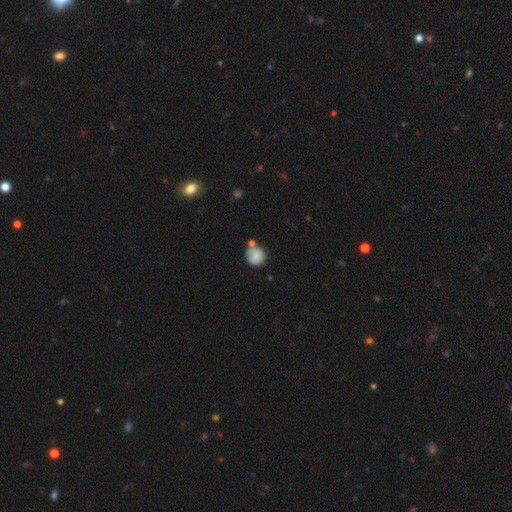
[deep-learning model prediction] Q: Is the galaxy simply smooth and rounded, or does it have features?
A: smooth — 76%.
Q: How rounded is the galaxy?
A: round — 85%.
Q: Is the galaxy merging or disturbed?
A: none — 53%.